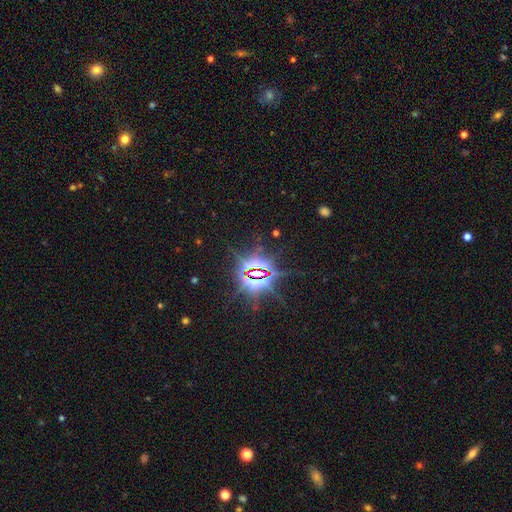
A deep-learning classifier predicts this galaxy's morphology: type=star or artifact (87%).